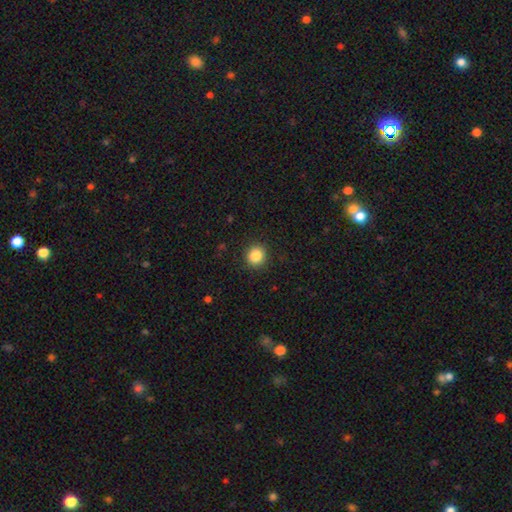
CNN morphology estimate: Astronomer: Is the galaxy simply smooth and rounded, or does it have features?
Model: smooth — 85%.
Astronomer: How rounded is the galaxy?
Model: round — 91%.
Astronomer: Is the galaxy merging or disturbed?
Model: none — 91%.